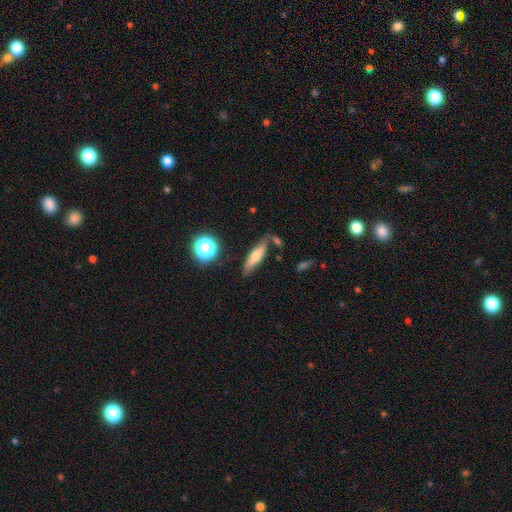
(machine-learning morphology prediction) type=smooth (56%); roundness=cigar-shaped (63%); merging=none (69%).